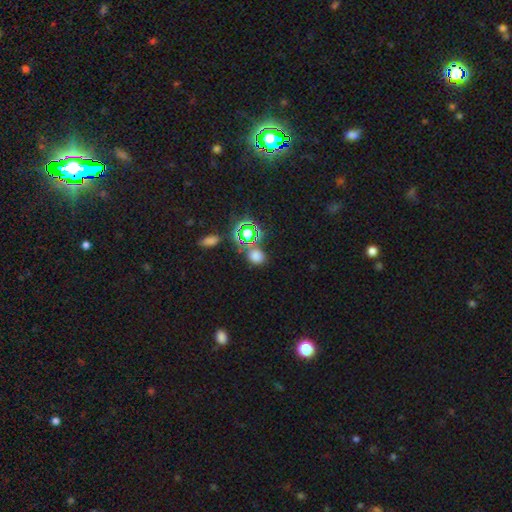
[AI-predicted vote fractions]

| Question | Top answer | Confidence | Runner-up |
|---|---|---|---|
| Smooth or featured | smooth | 62% | star or artifact (32%) |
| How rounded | round | 55% | in between (43%) |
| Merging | none | 73% | merger (11%) |